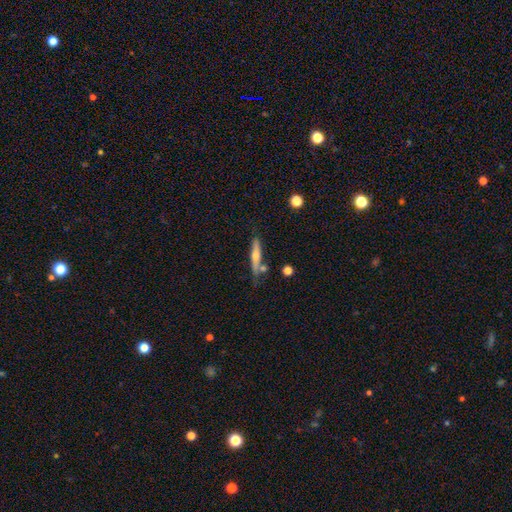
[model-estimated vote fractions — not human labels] smooth_or_featured: featured or disk (p=0.48) [alt: smooth p=0.46]
merging: none (p=0.67) [alt: minor disturbance p=0.17]